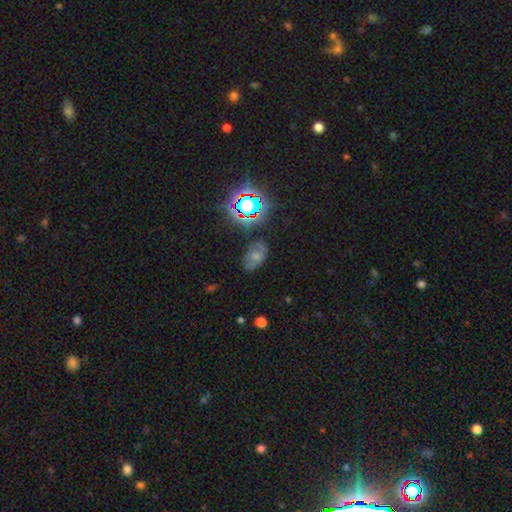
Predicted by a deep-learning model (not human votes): Smooth or featured?
  - smooth: 50% *
  - featured or disk: 27%
  - star or artifact: 23%
How rounded?
  - in between: 86% *
  - round: 12%
  - cigar-shaped: 2%
Merging?
  - none: 68% *
  - minor disturbance: 21%
  - major disturbance: 8%
  - merger: 3%